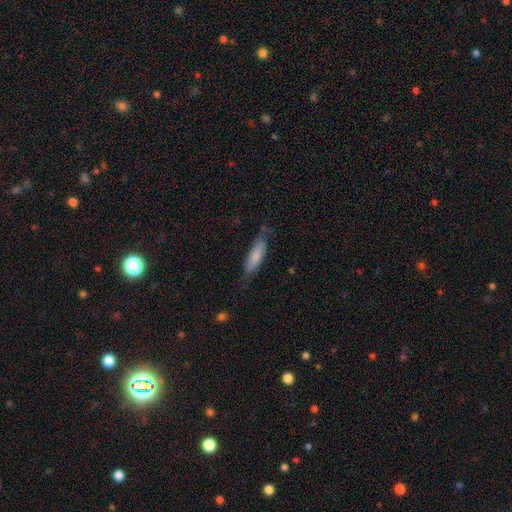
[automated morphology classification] The model was most divided on "how rounded": cigar-shaped: 65%, in between: 34%, round: 2%. More confident: smooth or featured — smooth (71%); merging — none (66%).